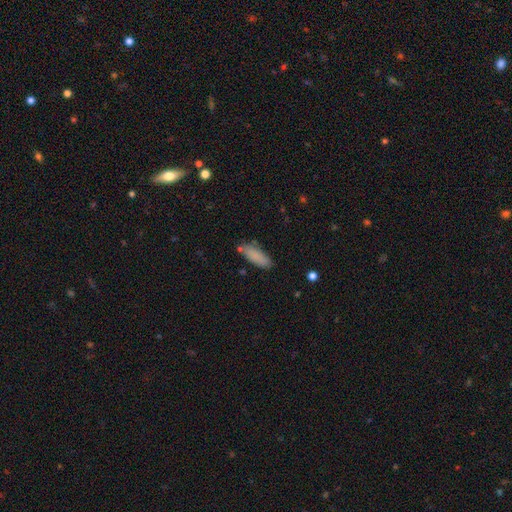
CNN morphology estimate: A smooth galaxy with no disk features (86%) that is in between round and cigar-shaped (62%). Merging: none (76%).